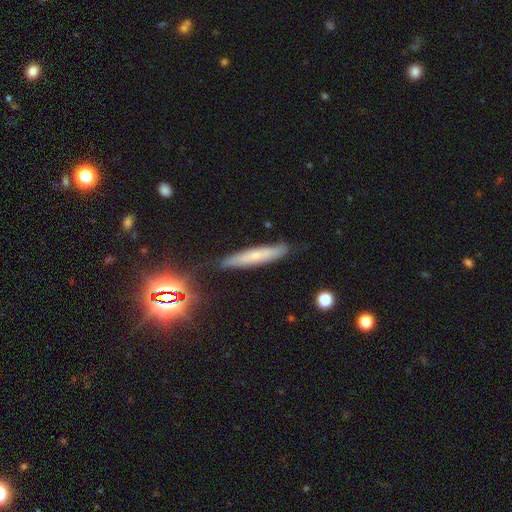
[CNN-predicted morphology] Smooth or featured: smooth — 55% (featured or disk — 34%)
How rounded: cigar-shaped — 90% (in between — 9%)
Merging: none — 82% (minor disturbance — 13%)